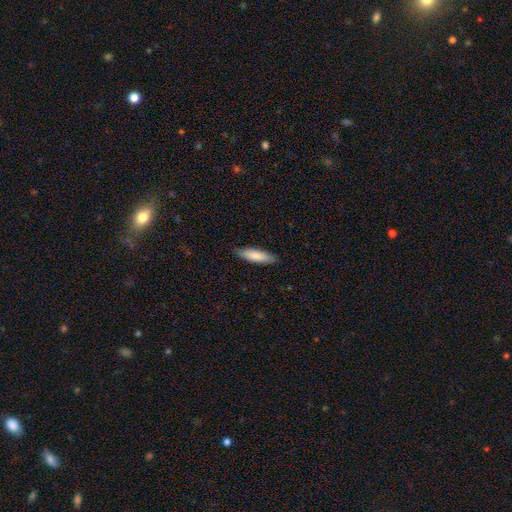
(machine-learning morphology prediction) smooth 84%, featured or disk 11%, star or artifact 5%. Down the decision tree: how rounded — cigar-shaped (61%); merging — none (87%).